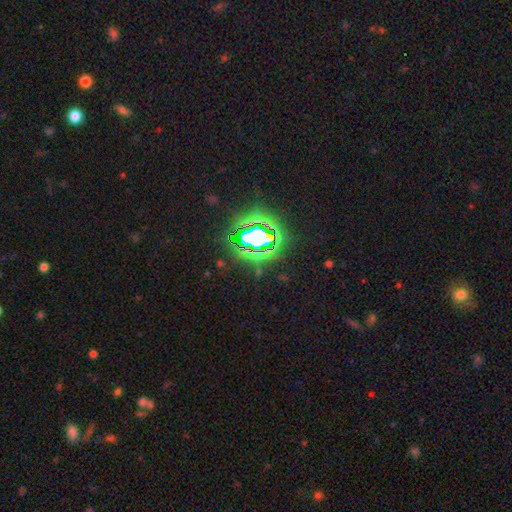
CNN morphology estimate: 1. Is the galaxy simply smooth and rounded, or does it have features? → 85% star or artifact, 9% smooth, 6% featured or disk.